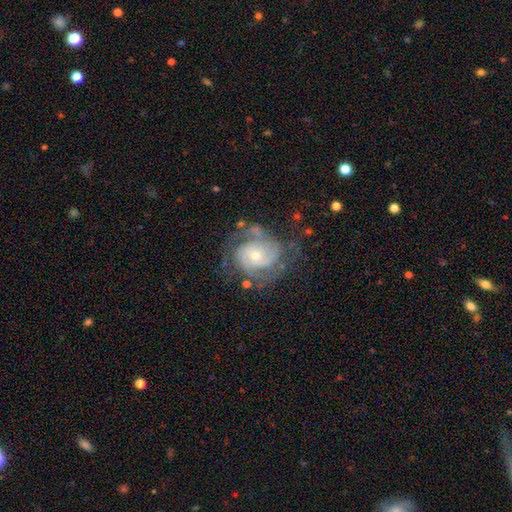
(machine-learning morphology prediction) A featured or disk galaxy (82%) with no bar (69%), 2 (52%) tight (53%) spiral arms (93%) and a small central bulge (59%).

Vote fractions:
- Smooth or featured? featured or disk: 82% / smooth: 11% / star or artifact: 6%
- Edge-on disk? no: 98% / yes: 2%
- Bar? no: 69% / weak: 25% / strong: 6%
- Spiral arms? yes: 93% / no: 7%
- Spiral winding? tight: 53% / medium: 36% / loose: 11%
- Spiral arm count? 2: 52% / can't tell: 22% / 3: 15% / 1: 5% / 4: 4% / more than 4: 3%
- Bulge size? small: 59% / moderate: 37% / large: 2% / none: 1% / dominant: 1%
- Merging? none: 61% / minor disturbance: 20% / major disturbance: 15% / merger: 3%